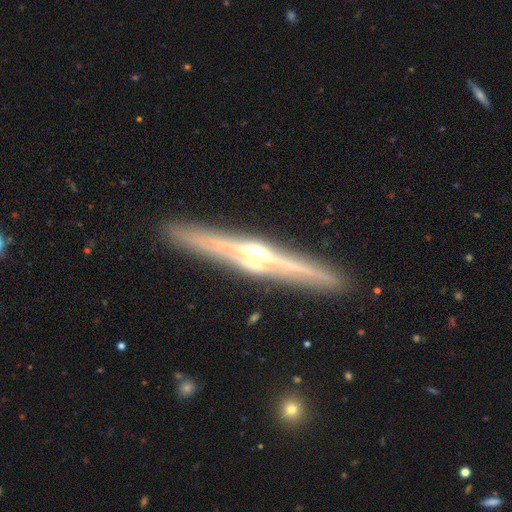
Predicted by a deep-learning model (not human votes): The model was most divided on "smooth or featured": featured or disk: 84%, smooth: 10%, star or artifact: 6%. More confident: edge-on disk — yes (98%); edge-on bulge — rounded (91%); merging — none (91%).